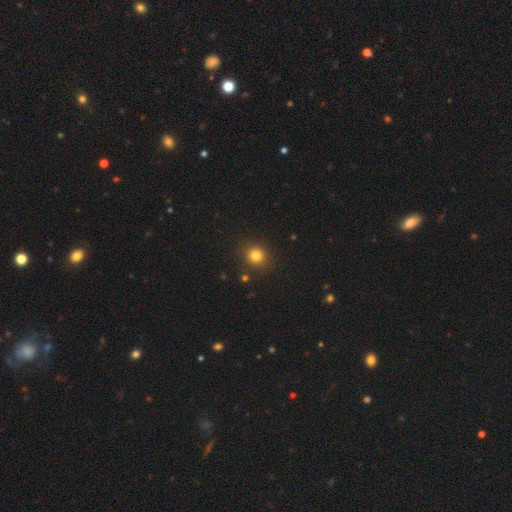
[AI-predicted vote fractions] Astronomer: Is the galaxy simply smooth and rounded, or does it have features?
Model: smooth — 80%.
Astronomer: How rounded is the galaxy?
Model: round — 87%.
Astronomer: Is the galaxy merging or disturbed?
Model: none — 89%.